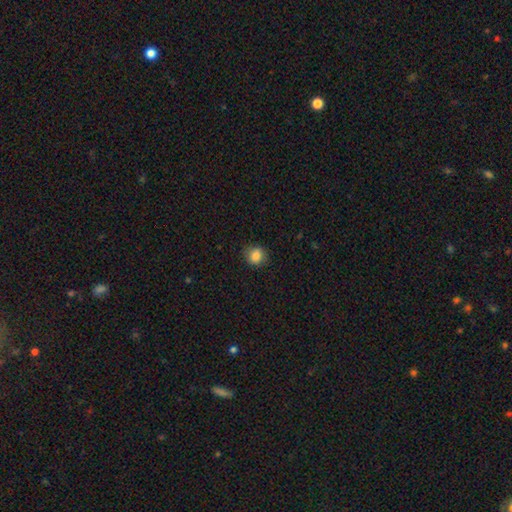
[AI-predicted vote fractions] Smooth or featured: smooth — 84% (star or artifact — 10%)
How rounded: round — 81% (in between — 18%)
Merging: none — 84% (minor disturbance — 12%)